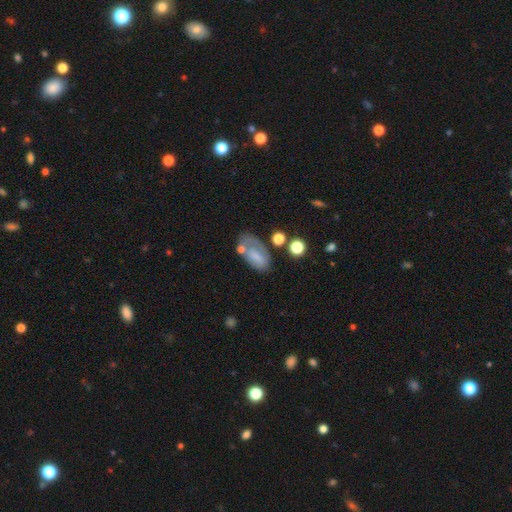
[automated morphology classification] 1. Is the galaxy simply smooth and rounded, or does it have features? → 55% smooth, 35% featured or disk, 10% star or artifact.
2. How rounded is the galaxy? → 90% in between, 7% round, 3% cigar-shaped.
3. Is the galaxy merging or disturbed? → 44% none, 26% minor disturbance, 19% major disturbance, 11% merger.